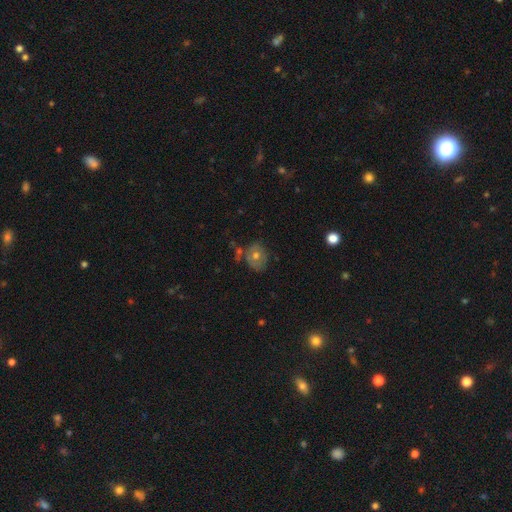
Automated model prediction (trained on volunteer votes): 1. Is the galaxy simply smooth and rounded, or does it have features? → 54% smooth, 33% featured or disk, 13% star or artifact.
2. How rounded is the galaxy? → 61% round, 38% in between, 1% cigar-shaped.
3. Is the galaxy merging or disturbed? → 62% none, 21% minor disturbance, 10% merger, 7% major disturbance.